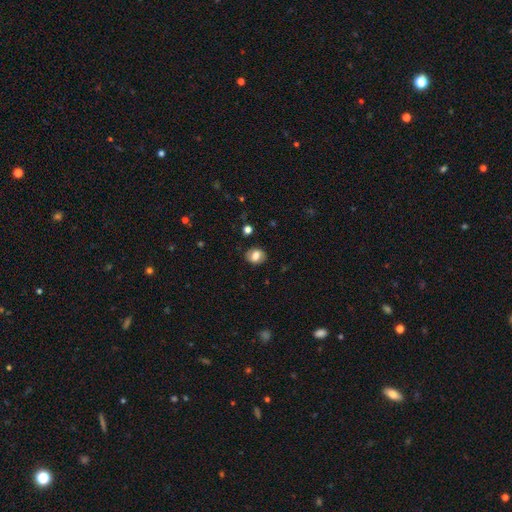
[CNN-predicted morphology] This appears to be a smooth galaxy with no disk features (70%) that is in between round and cigar-shaped (51%). Merging: none (82%).